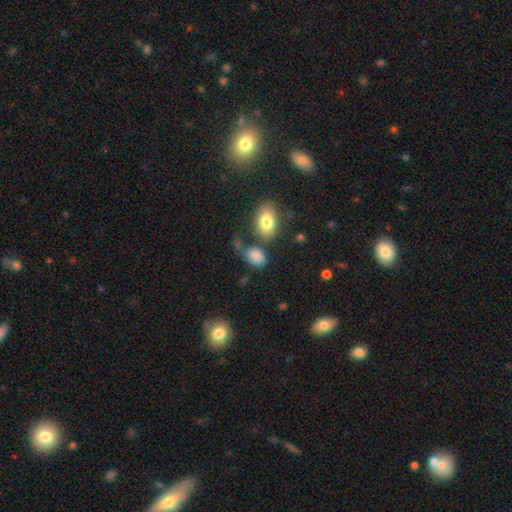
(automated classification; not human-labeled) Smooth or featured: smooth — 81% (star or artifact — 10%)
How rounded: in between — 85% (round — 14%)
Merging: none — 50% (minor disturbance — 20%)